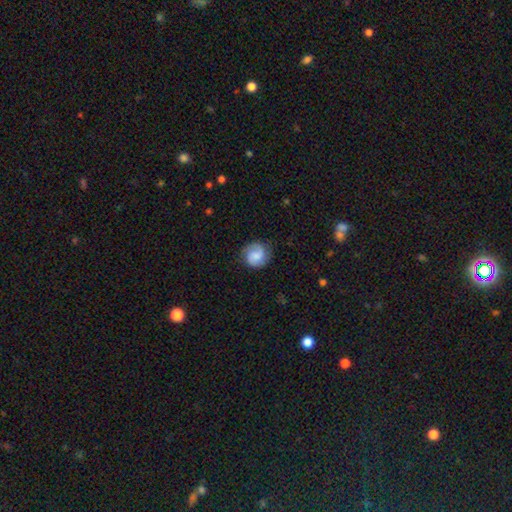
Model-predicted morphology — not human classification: Overall: featured or disk (50%; smooth 43%). Merging: none (79%).